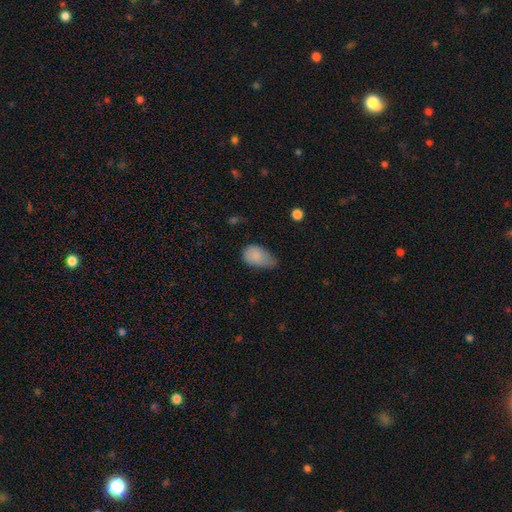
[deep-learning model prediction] Smooth or featured: smooth — 83% (featured or disk — 9%)
How rounded: in between — 89% (round — 9%)
Merging: minor disturbance — 53% (none — 27%)